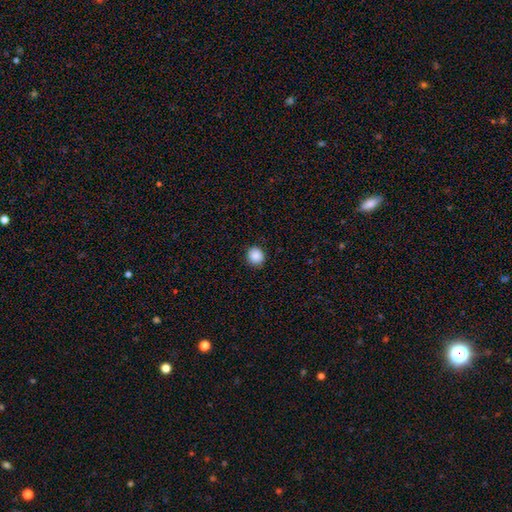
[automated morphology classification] smooth 88%, star or artifact 9%, featured or disk 3%. Down the decision tree: how rounded — round (85%); merging — none (91%).